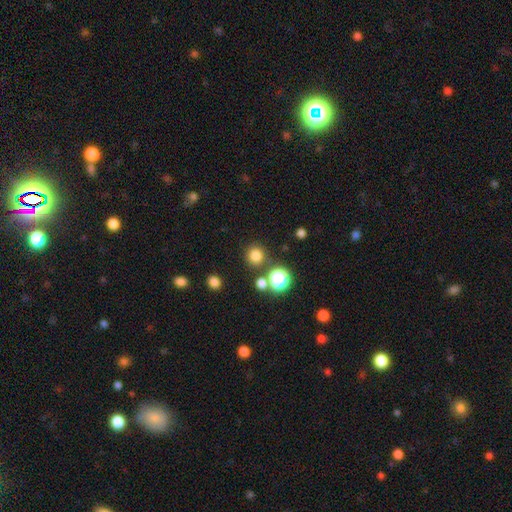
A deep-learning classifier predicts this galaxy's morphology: Q: Smooth or featured?
A: smooth (77%); runner-up: star or artifact (18%)
Q: How rounded?
A: round (92%); runner-up: in between (7%)
Q: Merging?
A: none (83%); runner-up: minor disturbance (7%)